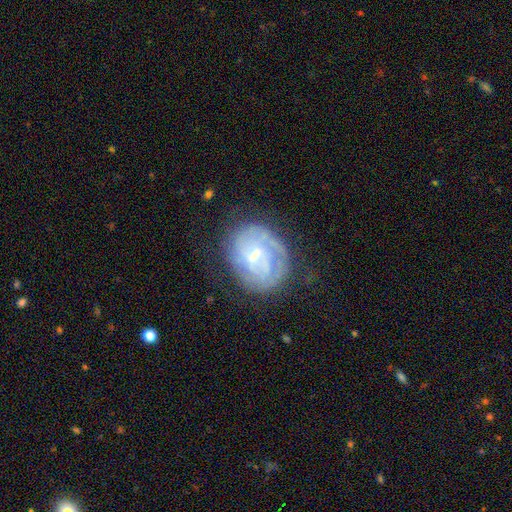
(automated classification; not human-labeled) Smooth or featured: featured or disk — 74% (smooth — 19%)
Edge-on disk: no — 97% (yes — 3%)
Bar: weak — 45% (tied with no — 45%)
Spiral arms: yes — 85% (no — 15%)
Spiral winding: tight — 67% (medium — 25%)
Spiral arm count: can't tell — 48% (2 — 24%)
Bulge size: small — 71% (moderate — 23%)
Merging: none — 65% (minor disturbance — 21%)